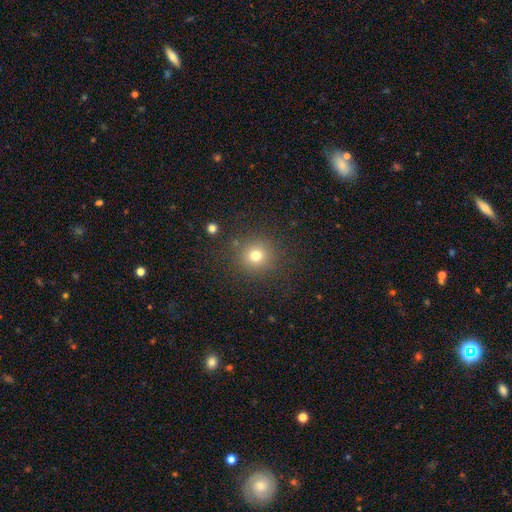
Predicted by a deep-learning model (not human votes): Overall: smooth (75%). How rounded: round (92%). Merging: none (86%).